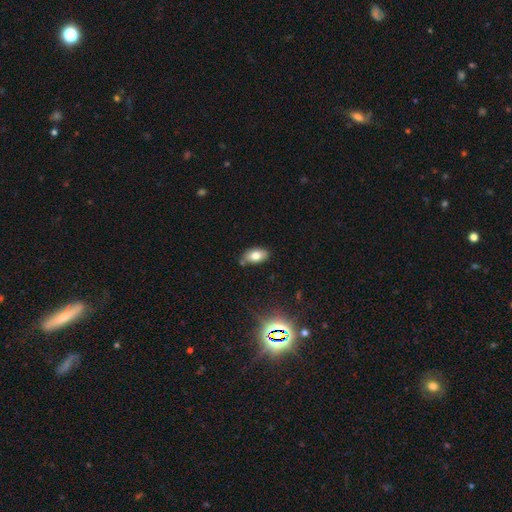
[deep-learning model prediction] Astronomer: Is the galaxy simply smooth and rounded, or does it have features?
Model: smooth — 77%.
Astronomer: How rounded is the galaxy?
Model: in between — 93%.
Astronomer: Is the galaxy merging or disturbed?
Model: none — 77%.